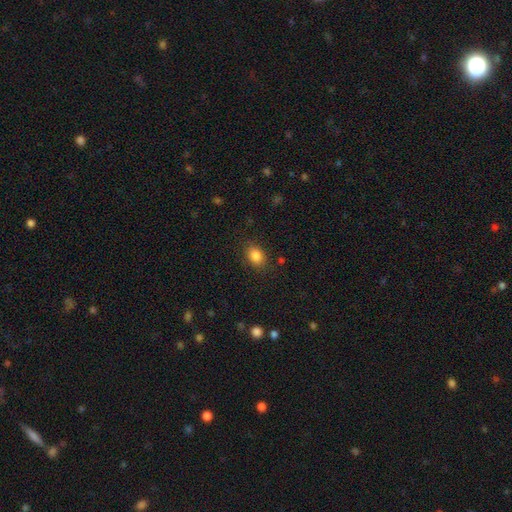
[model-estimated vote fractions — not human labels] Smooth or featured? Predicted: smooth (p=0.85). How rounded? Predicted: in between (p=0.71). Merging? Predicted: none (p=0.84).